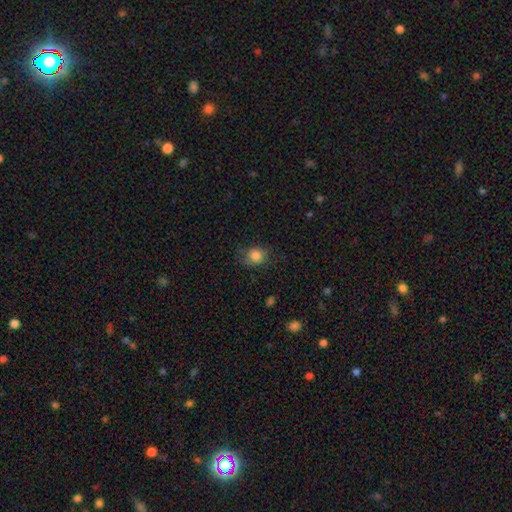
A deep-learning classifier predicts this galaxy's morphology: smooth 84%, star or artifact 10%, featured or disk 6%. Down the decision tree: how rounded — round (70%); merging — none (69%).